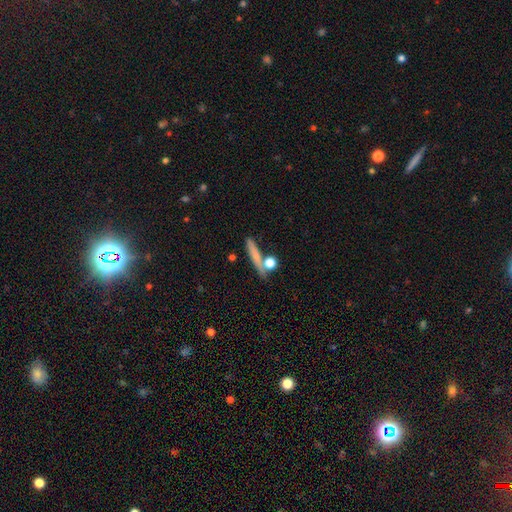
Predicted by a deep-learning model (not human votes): The model was most divided on "smooth or featured": smooth: 66%, featured or disk: 24%, star or artifact: 10%. More confident: how rounded — cigar-shaped (72%); merging — none (67%).